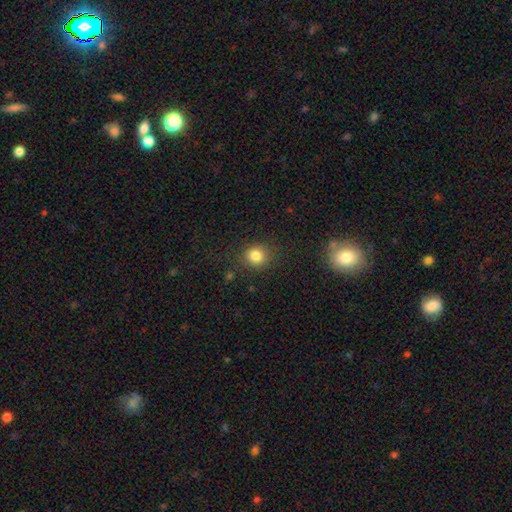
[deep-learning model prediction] Overall: smooth (83%). How rounded: round (83%). Merging: none (83%).